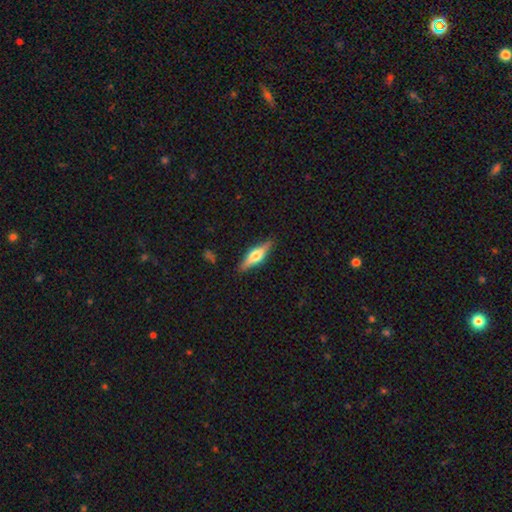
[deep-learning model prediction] Smooth or featured? Predicted: featured or disk (p=0.54). Edge-on disk? Predicted: yes (p=0.94). Edge-on bulge? Predicted: rounded (p=0.93). Merging? Predicted: none (p=0.88).